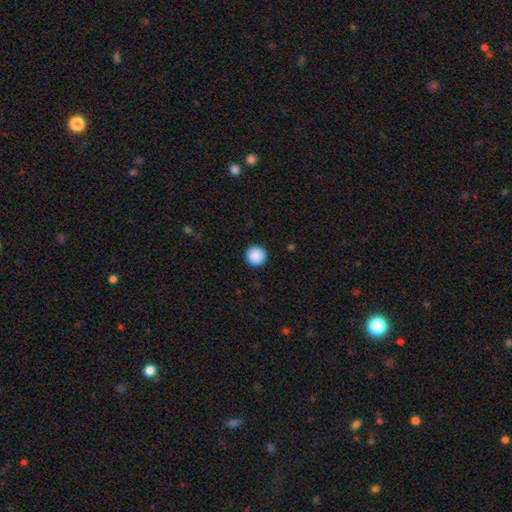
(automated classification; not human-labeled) A smooth galaxy with no disk features (90%) that is round (97%).

Vote fractions:
- Smooth or featured? smooth: 90% / star or artifact: 8% / featured or disk: 2%
- How rounded? round: 97% / in between: 2% / cigar-shaped: 1%
- Merging? none: 93% / minor disturbance: 4% / major disturbance: 2% / merger: 1%